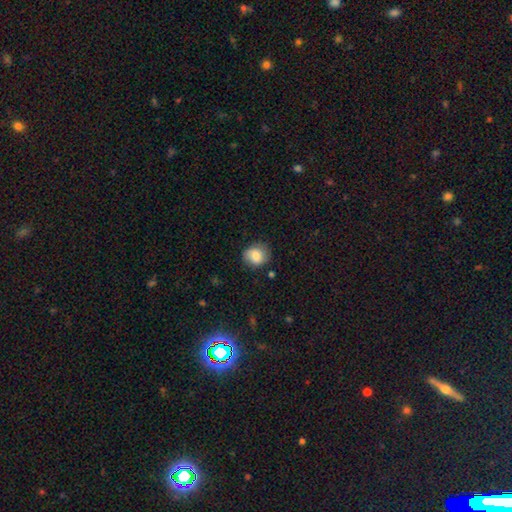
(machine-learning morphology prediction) A smooth galaxy with no disk features (77%) that is round (76%).

Vote fractions:
- Smooth or featured? smooth: 77% / featured or disk: 15% / star or artifact: 8%
- How rounded? round: 76% / in between: 24% / cigar-shaped: 1%
- Merging? none: 72% / minor disturbance: 21% / major disturbance: 5% / merger: 2%